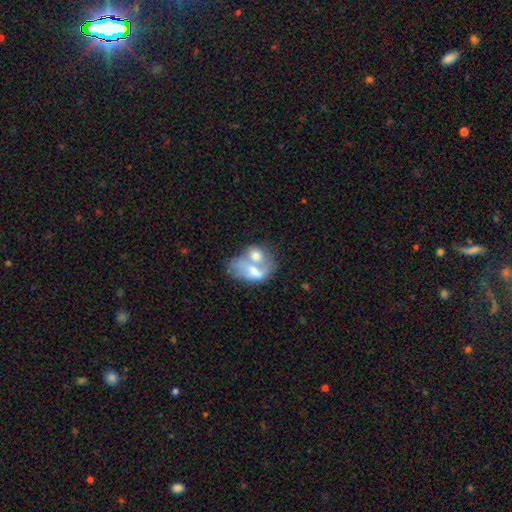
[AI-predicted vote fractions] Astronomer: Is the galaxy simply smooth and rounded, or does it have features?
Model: smooth — 58% (runner-up: featured or disk, 34%).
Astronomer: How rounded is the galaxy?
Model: in between — 75%.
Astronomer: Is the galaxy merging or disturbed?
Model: merger — 72%.